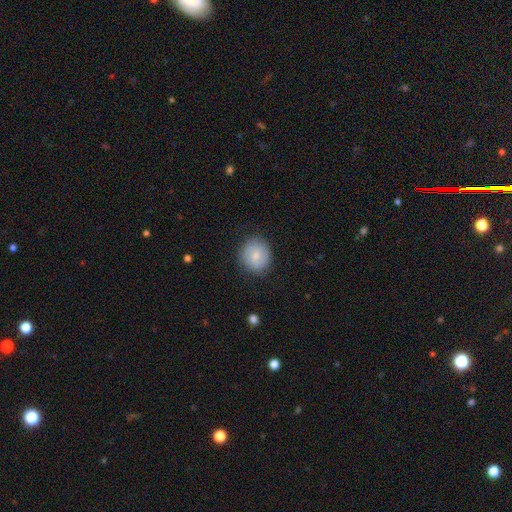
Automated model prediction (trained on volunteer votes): Smooth or featured? smooth (75%)
How rounded? round (81%)
Merging? none (83%)